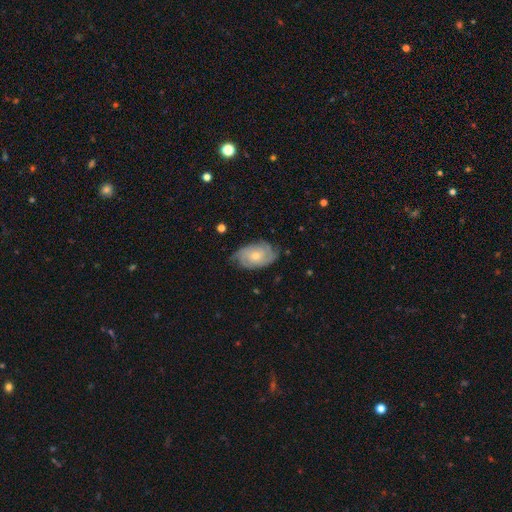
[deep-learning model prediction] featured or disk 75%, smooth 19%, star or artifact 6%. Down the decision tree: edge-on disk — no (96%); bar — no (78%); spiral arms — yes (92%); spiral arm count — 2 (35%); spiral winding — tight (65%); bulge size — small (50%); merging — none (70%).